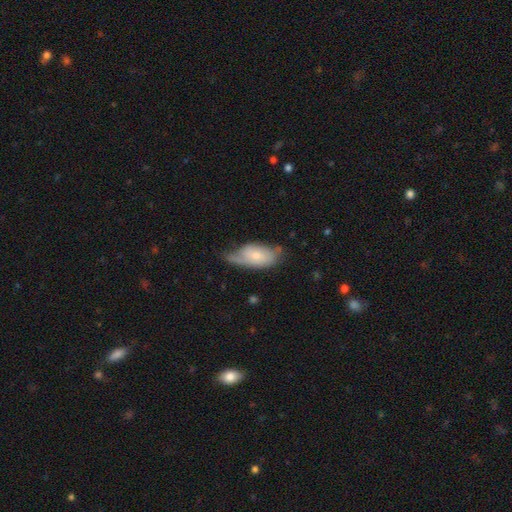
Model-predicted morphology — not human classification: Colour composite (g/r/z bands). It shows a smooth galaxy with no disk features (56%) that is in between round and cigar-shaped (92%). Merging: minor disturbance (41%).